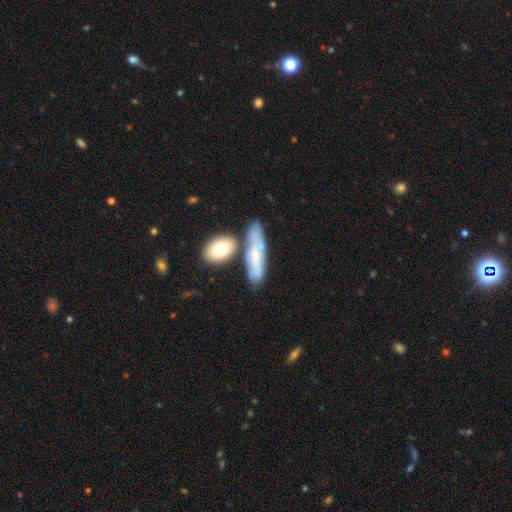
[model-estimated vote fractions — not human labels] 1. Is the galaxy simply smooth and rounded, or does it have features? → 48% smooth, 44% featured or disk, 8% star or artifact.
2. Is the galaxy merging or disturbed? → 56% none, 21% merger, 18% minor disturbance, 5% major disturbance.